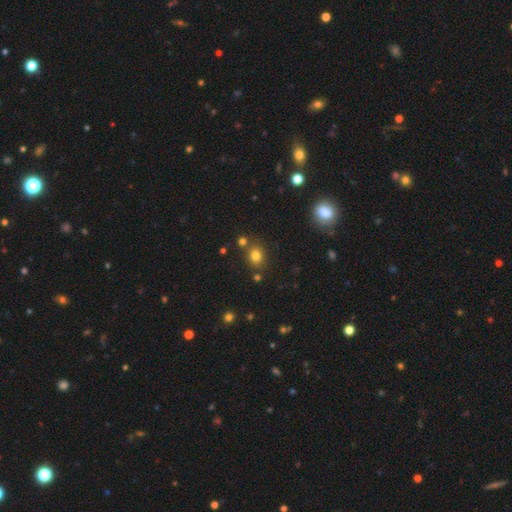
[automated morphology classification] Smooth or featured? Predicted: smooth (p=0.77). How rounded? Predicted: round (p=0.60). Merging? Predicted: none (p=0.74).